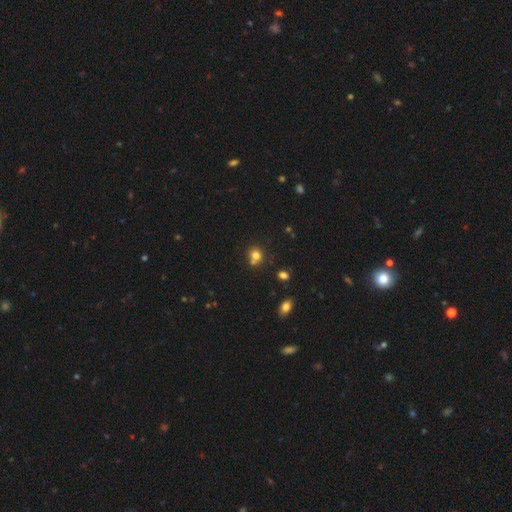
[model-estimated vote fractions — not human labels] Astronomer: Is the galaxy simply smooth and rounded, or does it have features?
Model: smooth — 77%.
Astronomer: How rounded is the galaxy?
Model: round — 80%.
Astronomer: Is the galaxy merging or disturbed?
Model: none — 58%.